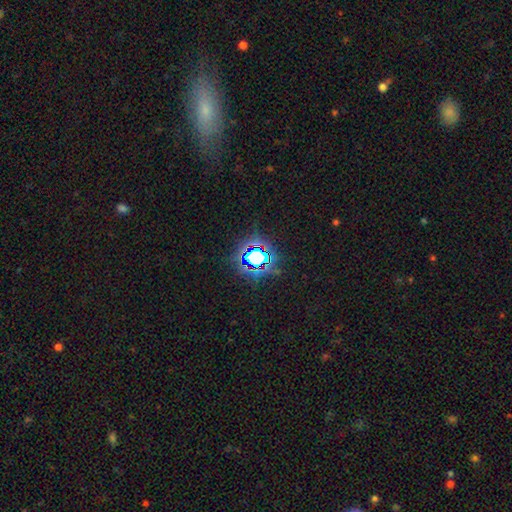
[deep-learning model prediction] Morphology: type=star or artifact (72%).